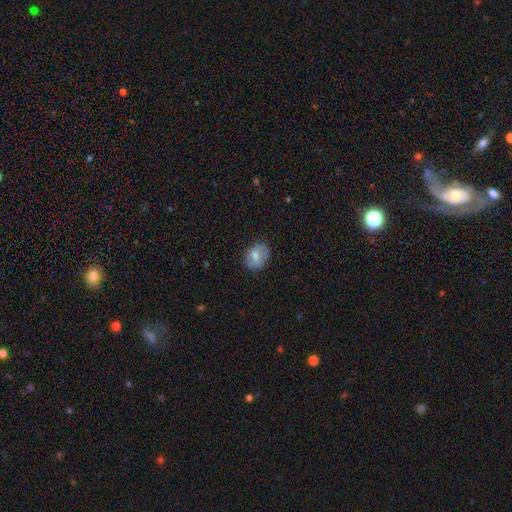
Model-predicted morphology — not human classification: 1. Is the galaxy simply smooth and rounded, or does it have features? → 74% smooth, 18% featured or disk, 8% star or artifact.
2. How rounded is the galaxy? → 64% in between, 35% round, 1% cigar-shaped.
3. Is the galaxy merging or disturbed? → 77% none, 17% minor disturbance, 5% major disturbance, 1% merger.